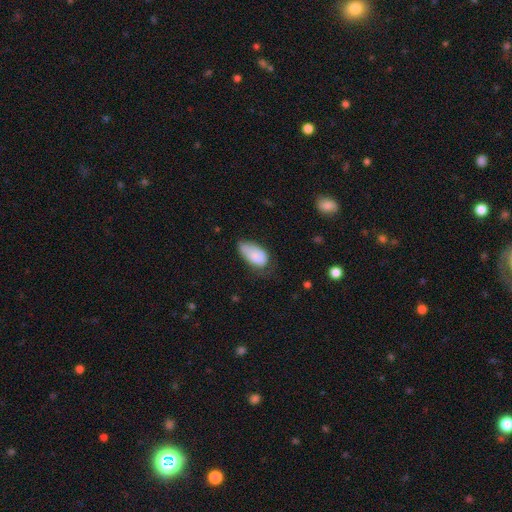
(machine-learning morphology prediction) Q: Smooth or featured?
A: smooth (79%); runner-up: featured or disk (14%)
Q: How rounded?
A: in between (94%); runner-up: round (4%)
Q: Merging?
A: minor disturbance (45%); runner-up: none (33%)